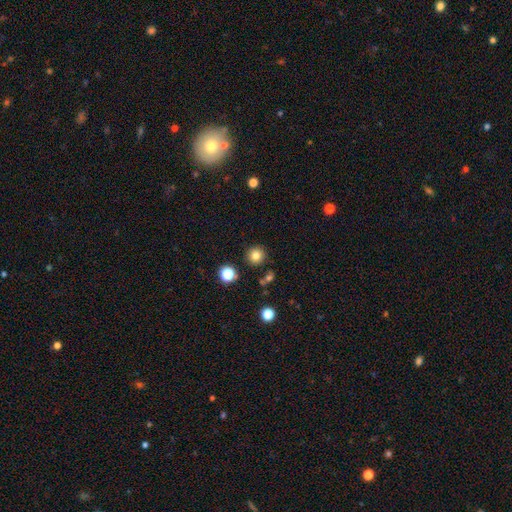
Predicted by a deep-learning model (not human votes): The model was most divided on "smooth or featured": smooth: 80%, star or artifact: 13%, featured or disk: 7%. More confident: how rounded — round (94%); merging — none (88%).